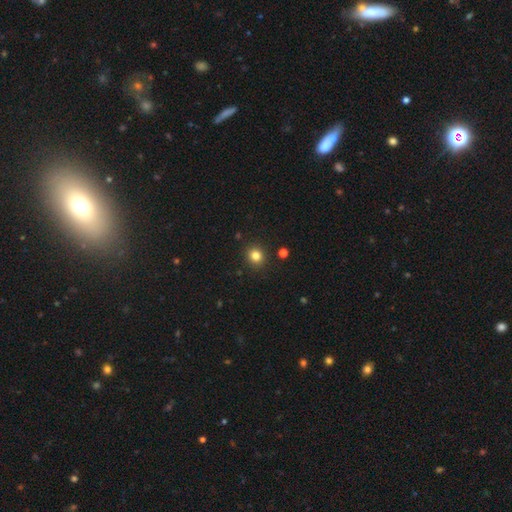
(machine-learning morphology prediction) smooth 82%, star or artifact 13%, featured or disk 5%. Down the decision tree: how rounded — round (83%); merging — none (90%).